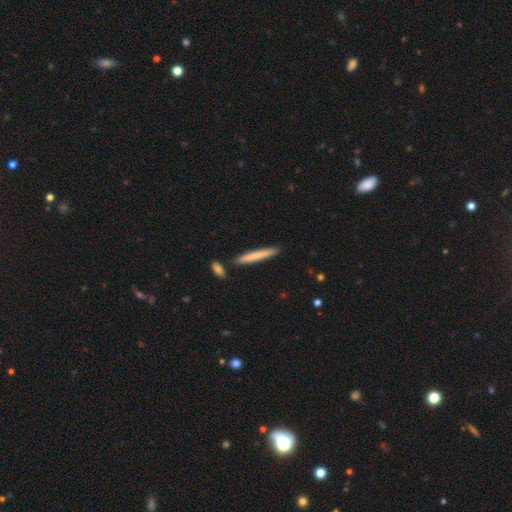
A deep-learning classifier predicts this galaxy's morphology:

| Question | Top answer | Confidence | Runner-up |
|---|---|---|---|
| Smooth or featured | smooth | 73% | featured or disk (22%) |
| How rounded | cigar-shaped | 96% | in between (3%) |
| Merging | none | 86% | minor disturbance (8%) |